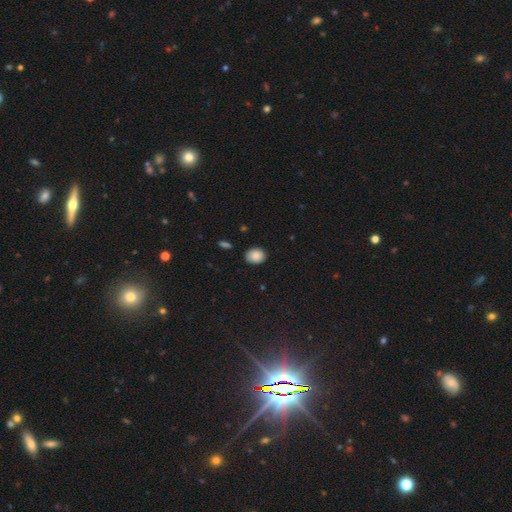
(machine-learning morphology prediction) A smooth galaxy with no disk features (86%) that is in between round and cigar-shaped (58%). Merging: none (85%).